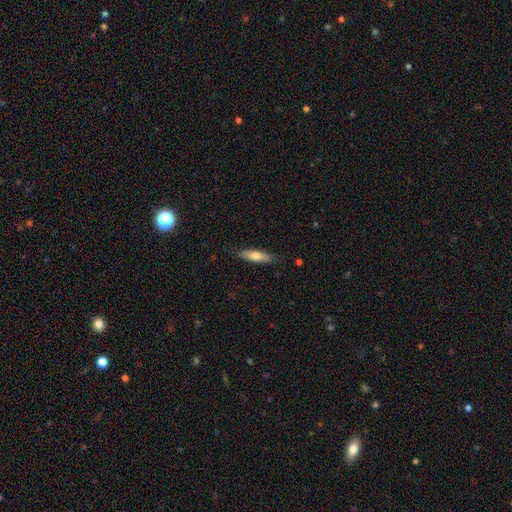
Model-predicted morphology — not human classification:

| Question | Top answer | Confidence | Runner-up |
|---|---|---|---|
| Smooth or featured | smooth | 66% | featured or disk (29%) |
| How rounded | cigar-shaped | 65% | in between (33%) |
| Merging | none | 85% | minor disturbance (12%) |